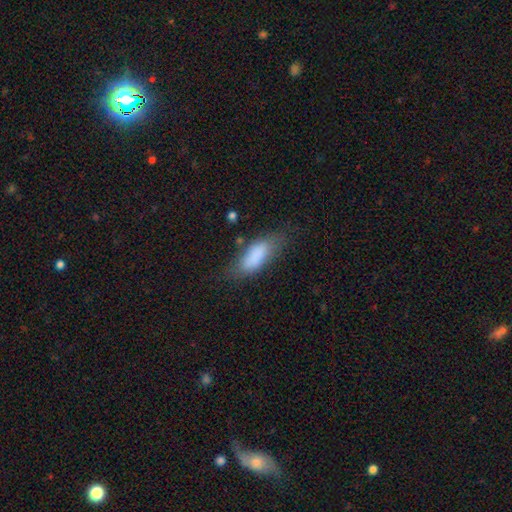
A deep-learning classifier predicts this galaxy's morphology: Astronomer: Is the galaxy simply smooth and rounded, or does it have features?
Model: smooth — 83%.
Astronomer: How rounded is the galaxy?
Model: in between — 74%.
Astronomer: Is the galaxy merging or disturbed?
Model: none — 61%.